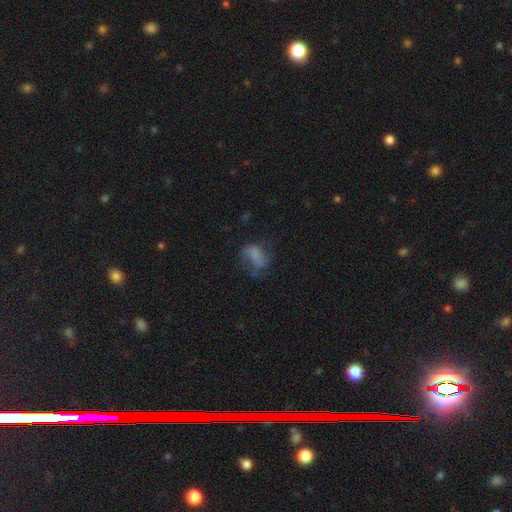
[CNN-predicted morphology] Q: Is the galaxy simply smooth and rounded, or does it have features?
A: smooth — 48%.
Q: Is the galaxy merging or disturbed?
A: none — 40%.